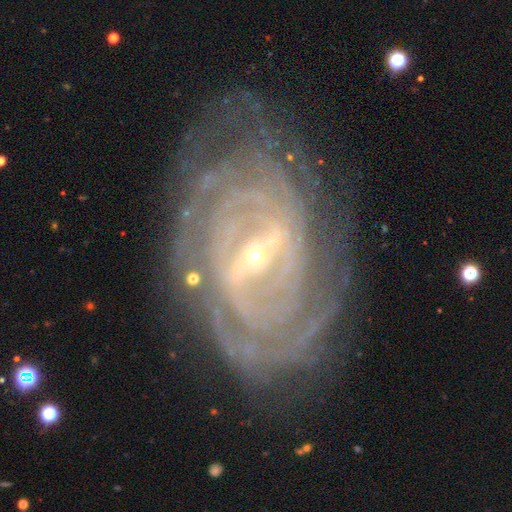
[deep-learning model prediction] The model was most divided on "spiral arm count": can't tell: 32%, 4: 19%, more than 4: 18%, 2: 13%, 3: 11%, 1: 7%. More confident: spiral arms — yes (96%); edge-on disk — no (95%); smooth or featured — featured or disk (89%); spiral winding — tight (80%); merging — none (76%); bulge size — small (71%); bar — strong (57%).